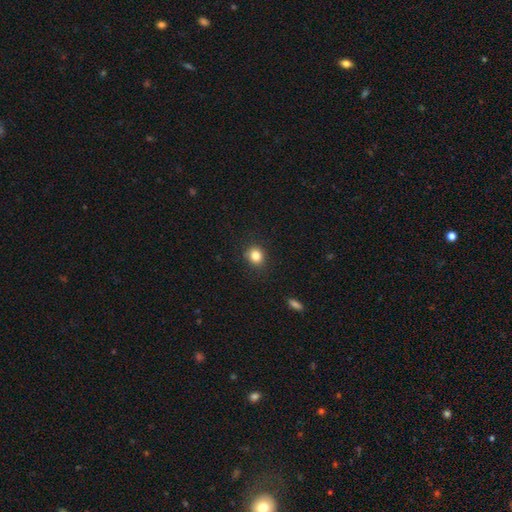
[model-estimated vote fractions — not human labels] Morphology: type=smooth (84%); roundness=round (80%); merging=none (87%).